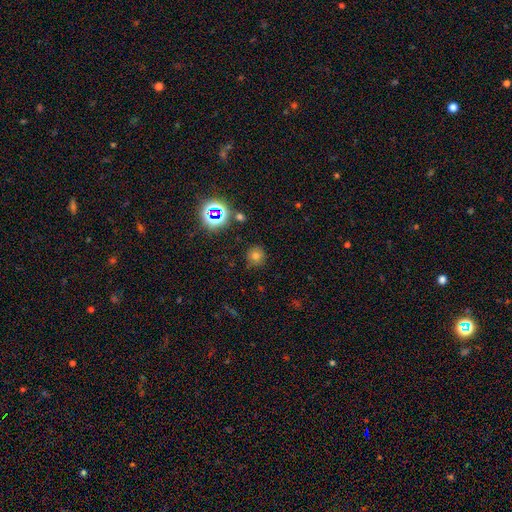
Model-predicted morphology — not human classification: Overall: smooth (70%). How rounded: round (91%). Merging: none (86%).